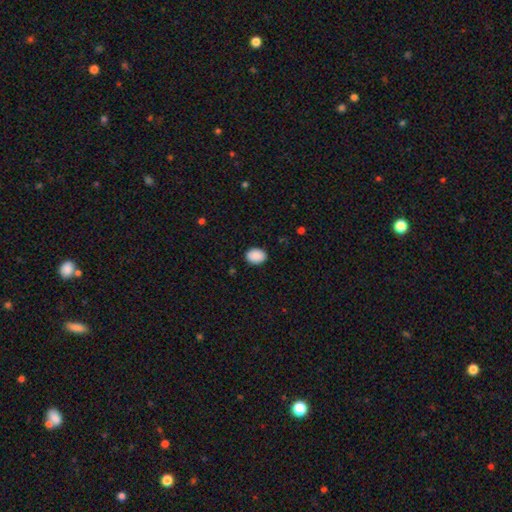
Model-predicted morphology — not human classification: This is clearly a smooth galaxy (90%). How rounded: likely in between (71%). Merging: clearly none (89%).